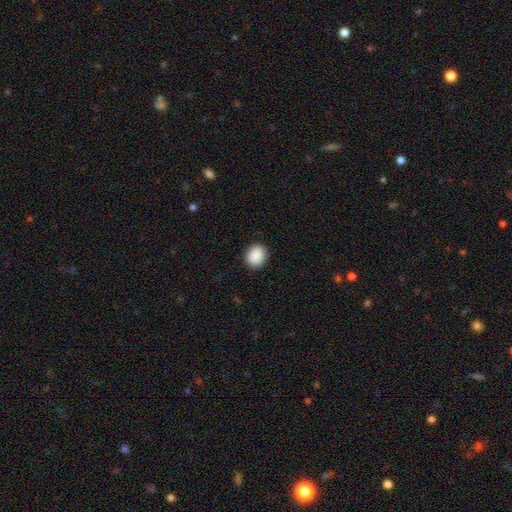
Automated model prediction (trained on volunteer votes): This is clearly a smooth galaxy (89%). How rounded: likely round (64%). Merging: clearly none (89%).